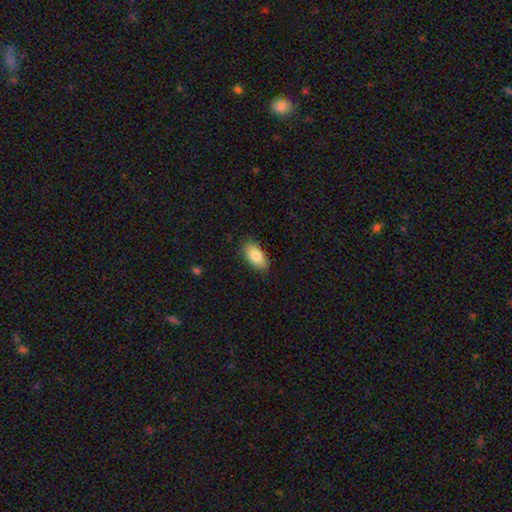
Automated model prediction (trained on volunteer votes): The model was most divided on "smooth or featured": smooth: 82%, featured or disk: 12%, star or artifact: 7%. More confident: how rounded — in between (93%); merging — none (86%).